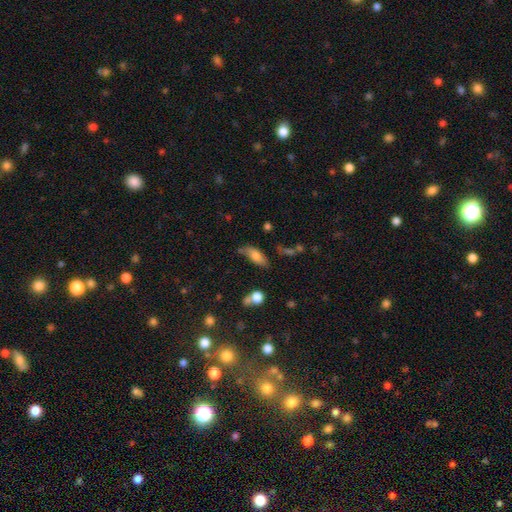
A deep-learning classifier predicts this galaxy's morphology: Smooth or featured: smooth — 71% (featured or disk — 20%)
How rounded: in between — 77% (cigar-shaped — 19%)
Merging: none — 54% (minor disturbance — 30%)